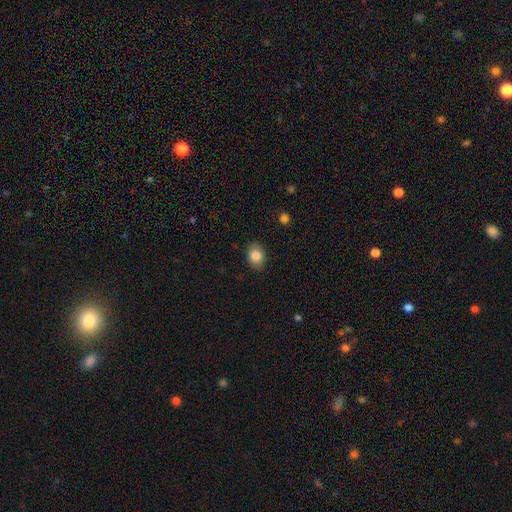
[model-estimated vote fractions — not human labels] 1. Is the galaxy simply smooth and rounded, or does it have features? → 83% smooth, 9% star or artifact, 8% featured or disk.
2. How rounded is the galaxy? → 66% in between, 33% round, 1% cigar-shaped.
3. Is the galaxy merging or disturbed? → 87% none, 10% minor disturbance, 2% major disturbance, 1% merger.